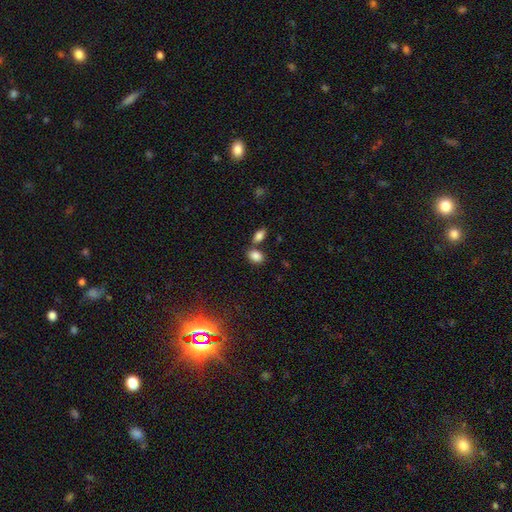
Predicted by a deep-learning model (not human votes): Overall: smooth (86%). How rounded: in between (83%). Merging: none (61%; merger 25%).